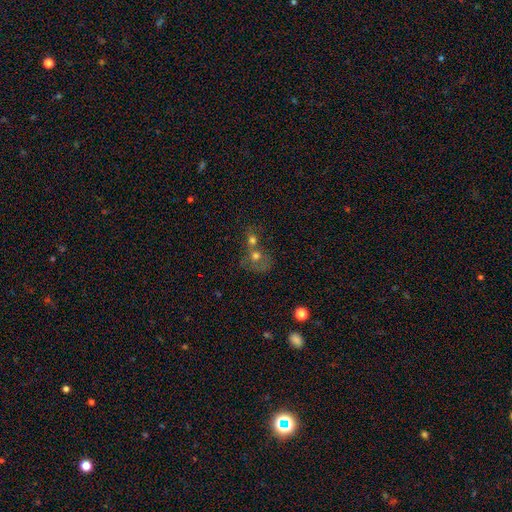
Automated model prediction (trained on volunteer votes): Smooth or featured? smooth (48%)
Merging? merger (58%)